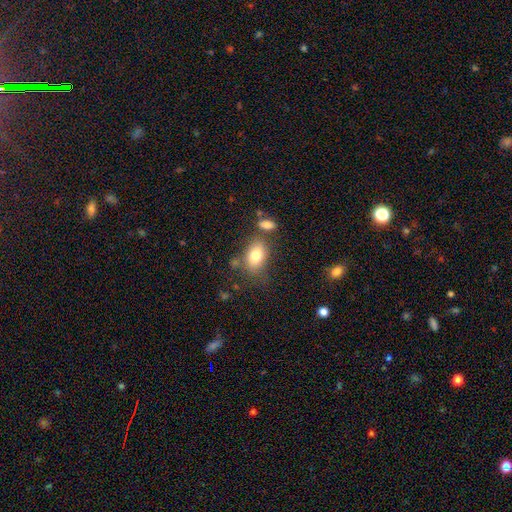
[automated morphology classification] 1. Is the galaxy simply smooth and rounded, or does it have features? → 78% smooth, 13% featured or disk, 9% star or artifact.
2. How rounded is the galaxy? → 85% in between, 13% round, 2% cigar-shaped.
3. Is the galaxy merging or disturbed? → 63% none, 18% minor disturbance, 13% merger, 6% major disturbance.